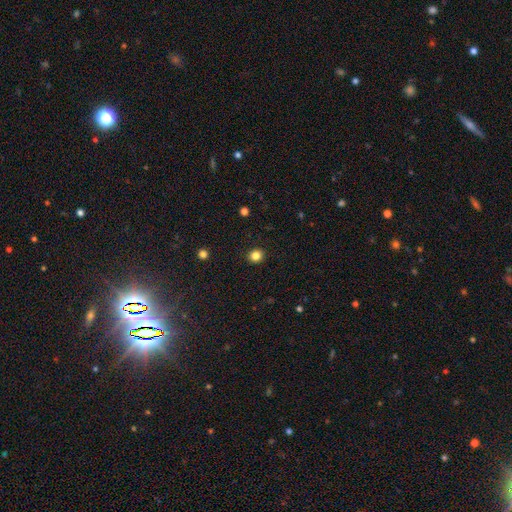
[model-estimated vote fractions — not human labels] A smooth galaxy with no disk features (83%) that is round (84%). Merging: none (92%).